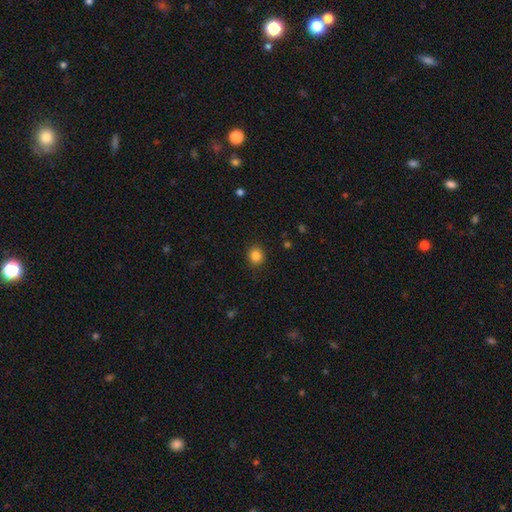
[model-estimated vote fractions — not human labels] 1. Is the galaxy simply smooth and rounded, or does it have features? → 85% smooth, 11% star or artifact, 4% featured or disk.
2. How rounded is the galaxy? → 83% round, 16% in between, 1% cigar-shaped.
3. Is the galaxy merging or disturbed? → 91% none, 6% minor disturbance, 2% major disturbance, 1% merger.